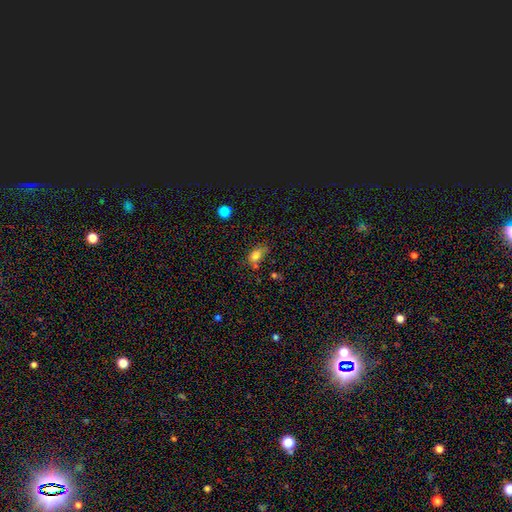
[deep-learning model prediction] This appears to be a smooth galaxy with no disk features (78%) that is in between round and cigar-shaped (80%). Merging: none (44%).